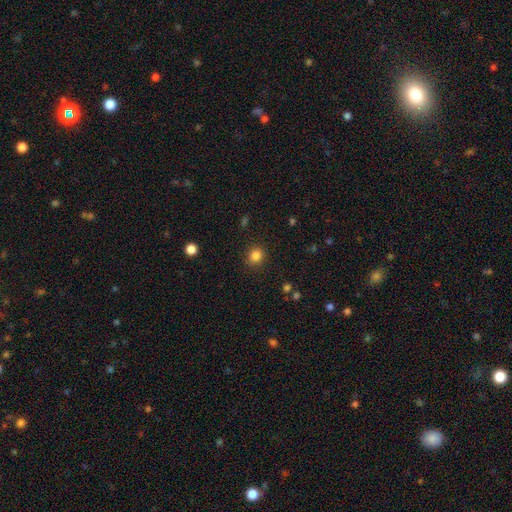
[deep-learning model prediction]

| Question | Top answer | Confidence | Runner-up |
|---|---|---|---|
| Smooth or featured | smooth | 83% | star or artifact (12%) |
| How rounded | round | 82% | in between (17%) |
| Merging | none | 89% | minor disturbance (7%) |